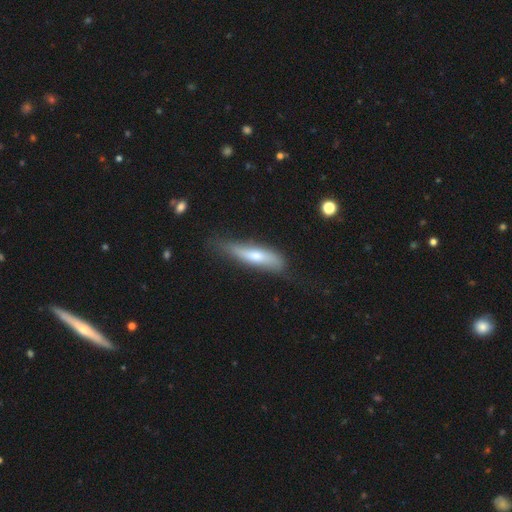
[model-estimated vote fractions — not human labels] Smooth or featured?
  - smooth: 56% *
  - featured or disk: 38%
  - star or artifact: 6%
How rounded?
  - cigar-shaped: 74% *
  - in between: 24%
  - round: 2%
Merging?
  - none: 60% *
  - minor disturbance: 29%
  - major disturbance: 8%
  - merger: 2%